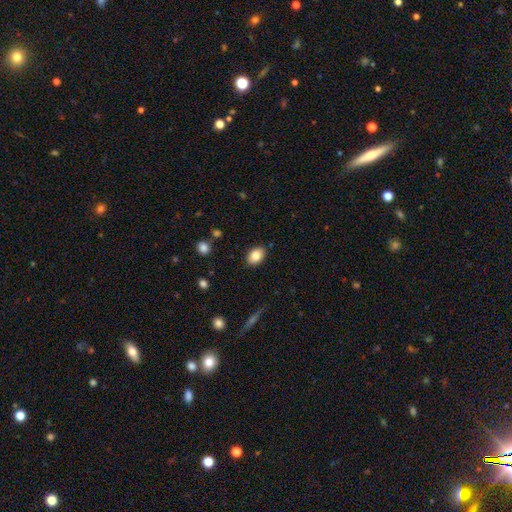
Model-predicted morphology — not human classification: type=smooth (85%); roundness=in between (78%); merging=none (86%).